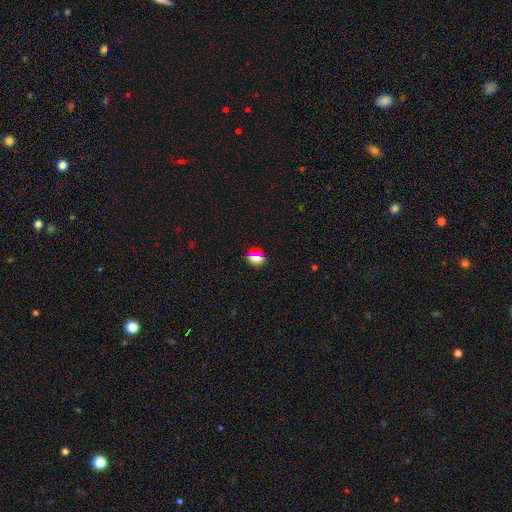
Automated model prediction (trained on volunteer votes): Smooth or featured? Predicted: smooth (p=0.67). How rounded? Predicted: round (p=0.61). Merging? Predicted: none (p=0.88).